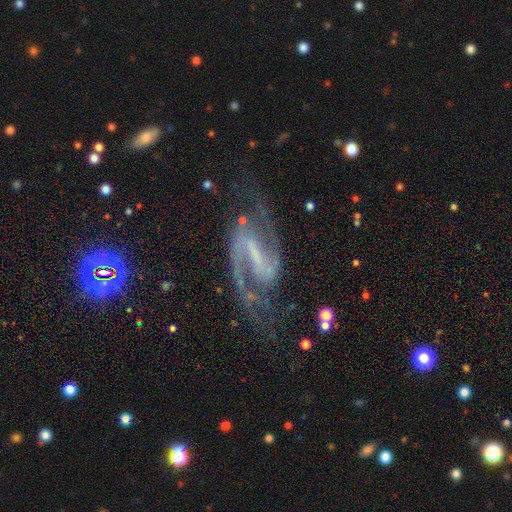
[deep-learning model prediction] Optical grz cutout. It shows a featured or disk galaxy (92%) with a strong bar (54%), 2 (94%) medium (57%) spiral arms (98%) and no central bulge (55%). Merging: none (70%).